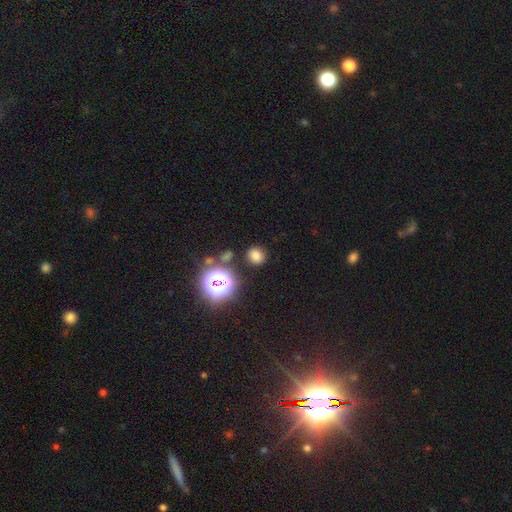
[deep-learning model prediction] Morphology: type=smooth (72%); roundness=round (79%); merging=none (84%).